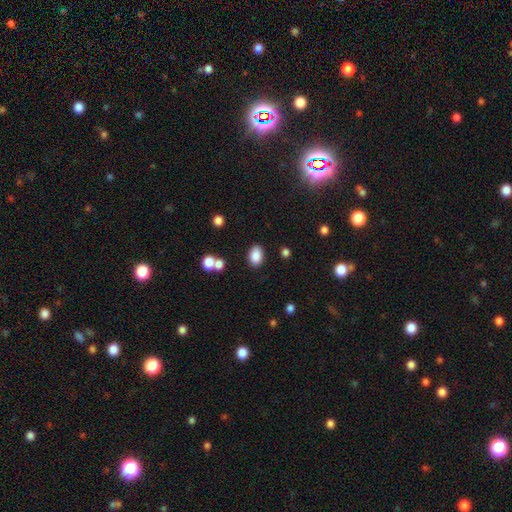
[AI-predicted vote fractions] Smooth or featured? smooth (87%)
How rounded? in between (83%)
Merging? none (83%)